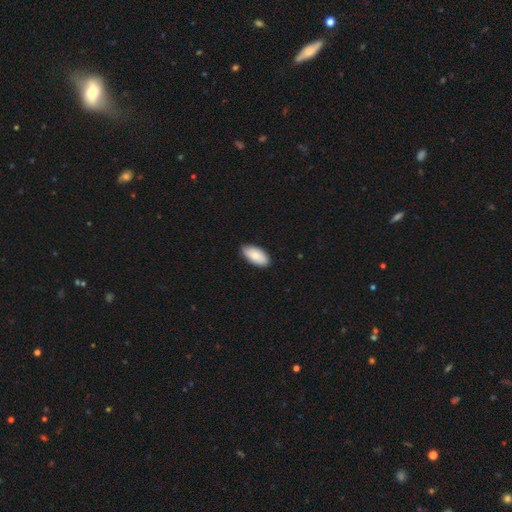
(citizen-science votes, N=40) Smooth or featured? 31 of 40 (78%) said smooth. How rounded? 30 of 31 (97%) said in between. Merging? 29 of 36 (81%) said none.